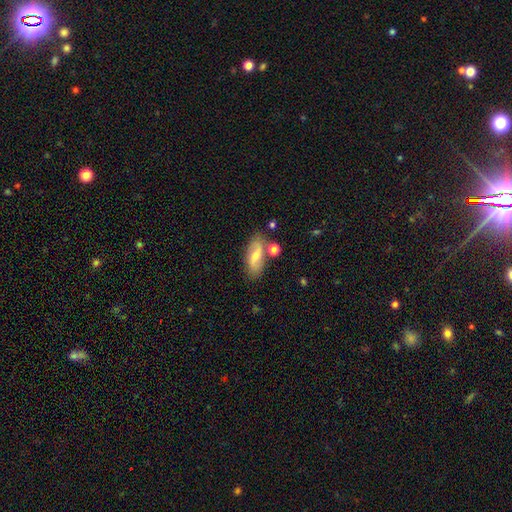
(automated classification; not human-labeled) The model was most divided on "smooth or featured": featured or disk: 49%, smooth: 43%, star or artifact: 8%. More confident: merging — none (73%).